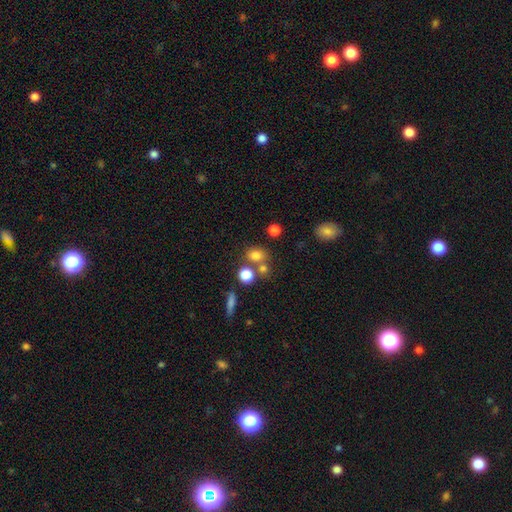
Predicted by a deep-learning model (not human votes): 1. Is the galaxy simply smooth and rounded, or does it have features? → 75% smooth, 15% star or artifact, 10% featured or disk.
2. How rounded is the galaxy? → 60% round, 38% in between, 2% cigar-shaped.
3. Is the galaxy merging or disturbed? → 59% none, 26% merger, 10% minor disturbance, 5% major disturbance.